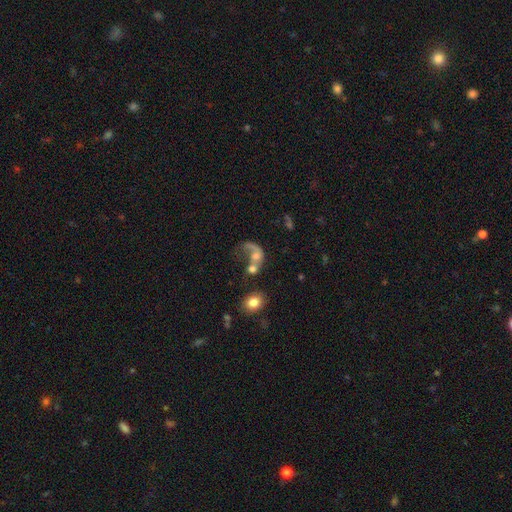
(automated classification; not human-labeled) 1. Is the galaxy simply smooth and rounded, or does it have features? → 50% featured or disk, 38% smooth, 11% star or artifact.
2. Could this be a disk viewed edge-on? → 97% no, 3% yes.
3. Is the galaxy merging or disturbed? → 43% merger, 33% major disturbance, 16% none, 8% minor disturbance.